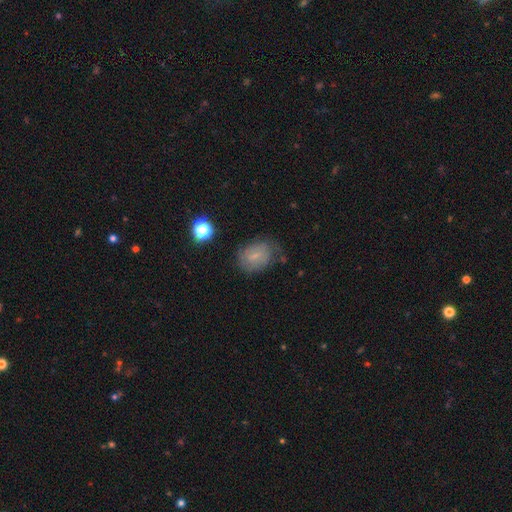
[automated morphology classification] Smooth or featured? Predicted: smooth (p=0.55). How rounded? Predicted: in between (p=0.62). Merging? Predicted: none (p=0.60).